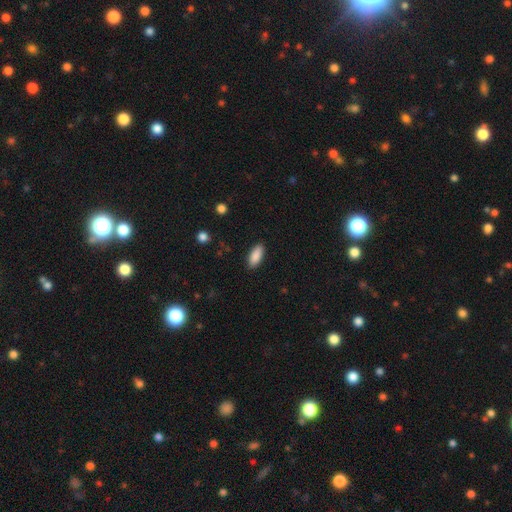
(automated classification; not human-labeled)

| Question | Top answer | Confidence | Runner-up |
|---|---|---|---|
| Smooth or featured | smooth | 90% | star or artifact (6%) |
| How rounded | in between | 85% | cigar-shaped (13%) |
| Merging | none | 88% | minor disturbance (8%) |